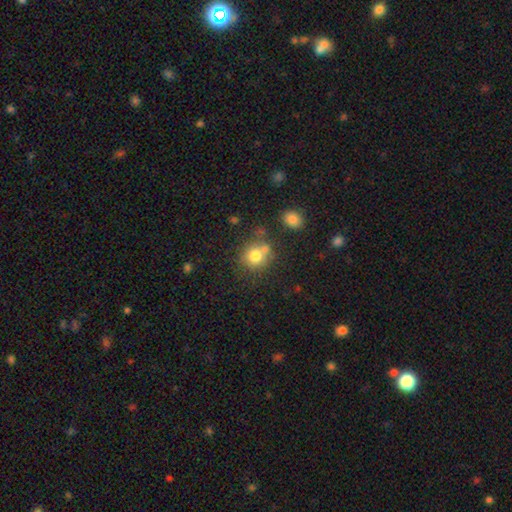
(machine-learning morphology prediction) smooth_or_featured: smooth (p=0.77) [alt: star or artifact p=0.12]
how_rounded: round (p=0.81) [alt: in between p=0.18]
merging: none (p=0.59) [alt: merger p=0.22]